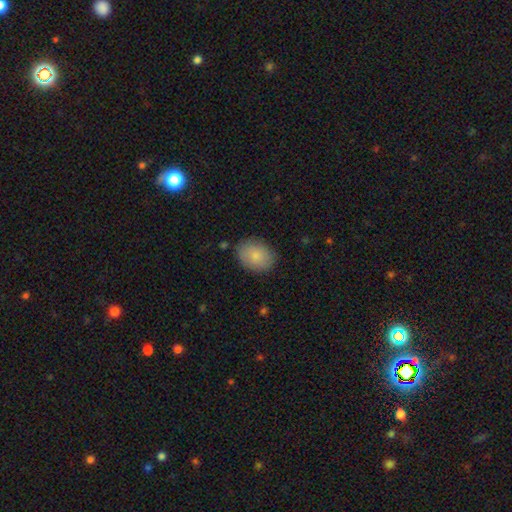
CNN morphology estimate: Smooth or featured: smooth — 83% (featured or disk — 10%)
How rounded: in between — 67% (round — 32%)
Merging: none — 83% (minor disturbance — 13%)